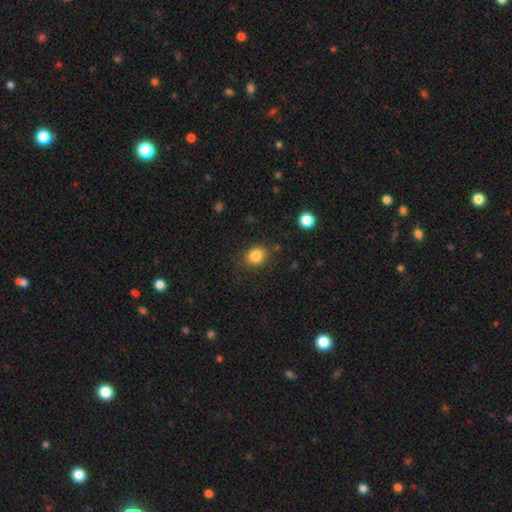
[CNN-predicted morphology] Smooth or featured? Predicted: smooth (p=0.84). How rounded? Predicted: round (p=0.61). Merging? Predicted: none (p=0.81).